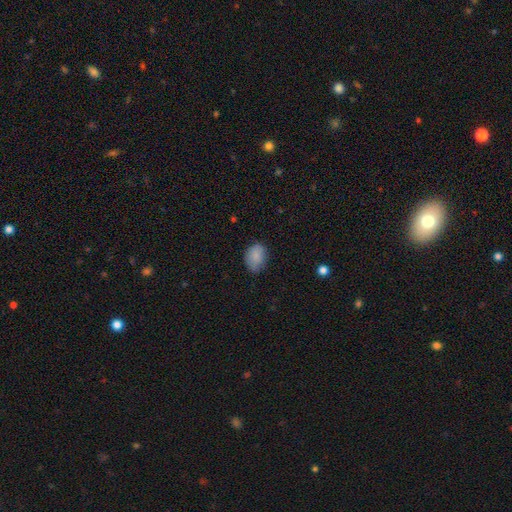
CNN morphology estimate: smooth-or-featured: smooth: 85% | star or artifact: 8% | featured or disk: 7%
  how-rounded: in between: 75% | round: 24% | cigar-shaped: 1%
  merging: none: 68% | minor disturbance: 26% | major disturbance: 5% | merger: 1%